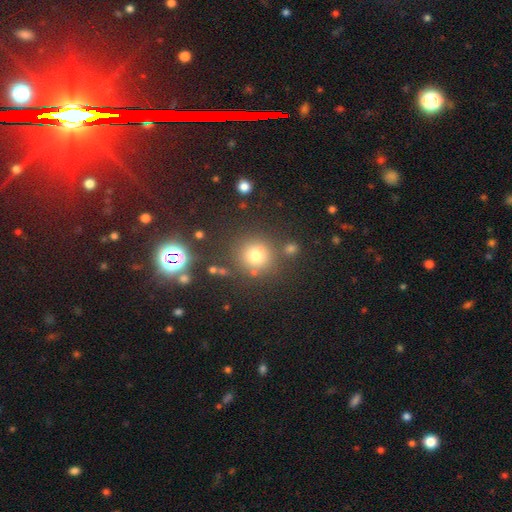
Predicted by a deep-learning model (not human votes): Smooth or featured? smooth (73%)
How rounded? round (91%)
Merging? none (77%)